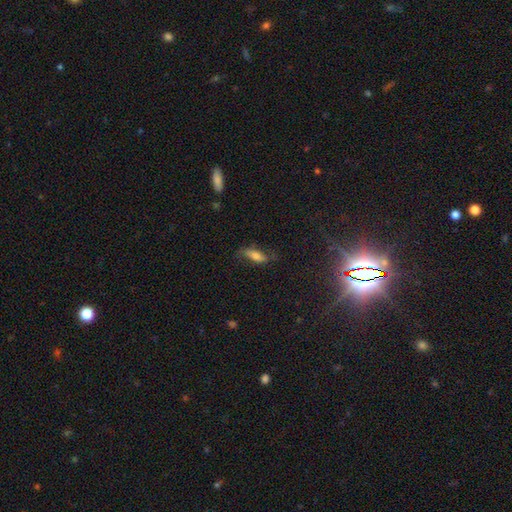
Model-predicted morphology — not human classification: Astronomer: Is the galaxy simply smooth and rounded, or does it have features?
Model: smooth — 59%.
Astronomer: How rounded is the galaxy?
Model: in between — 66%.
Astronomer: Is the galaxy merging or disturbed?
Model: none — 60%.